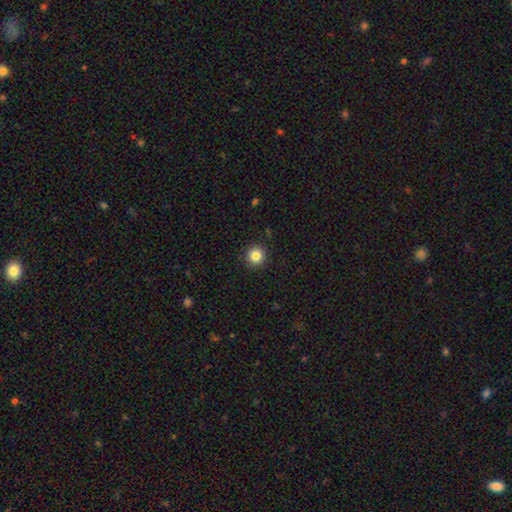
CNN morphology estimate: smooth 84%, star or artifact 11%, featured or disk 5%. Down the decision tree: how rounded — round (95%); merging — none (92%).